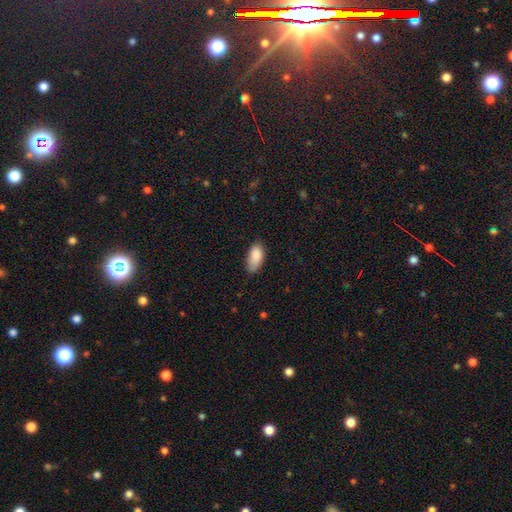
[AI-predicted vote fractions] Smooth or featured? Predicted: smooth (p=0.88). How rounded? Predicted: in between (p=0.92). Merging? Predicted: none (p=0.70).